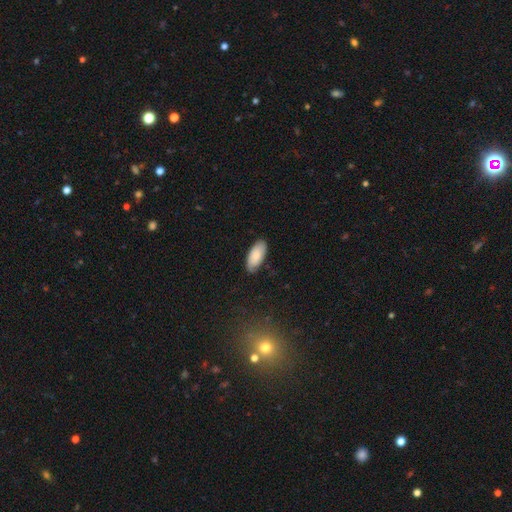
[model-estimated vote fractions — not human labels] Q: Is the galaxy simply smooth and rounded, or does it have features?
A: smooth — 79%.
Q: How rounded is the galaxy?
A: in between — 89%.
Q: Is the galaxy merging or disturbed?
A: none — 80%.